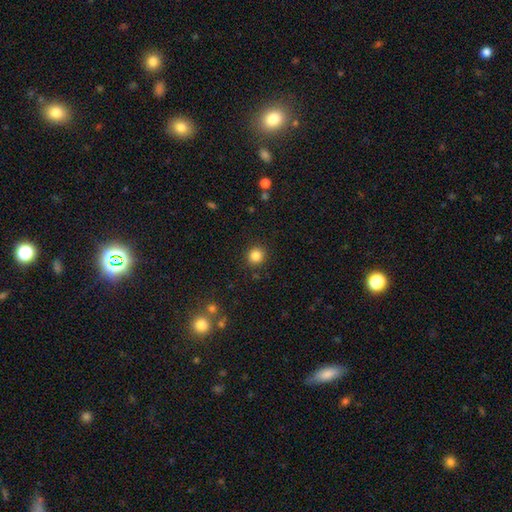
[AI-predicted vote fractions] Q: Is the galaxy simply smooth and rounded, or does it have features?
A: smooth — 84%.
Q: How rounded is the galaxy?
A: round — 92%.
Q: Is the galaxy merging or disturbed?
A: none — 90%.